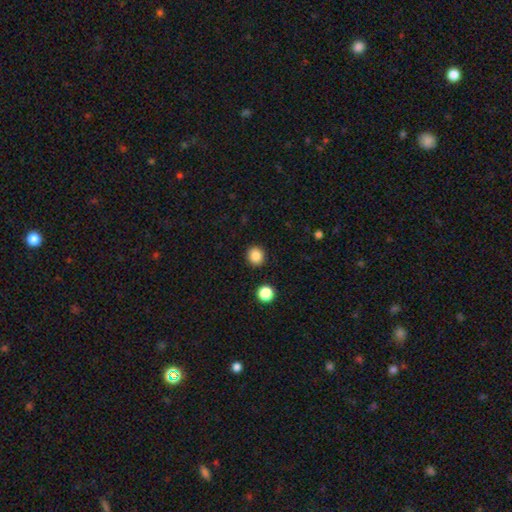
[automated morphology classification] smooth 86%, star or artifact 11%, featured or disk 4%. Down the decision tree: how rounded — round (87%); merging — none (91%).